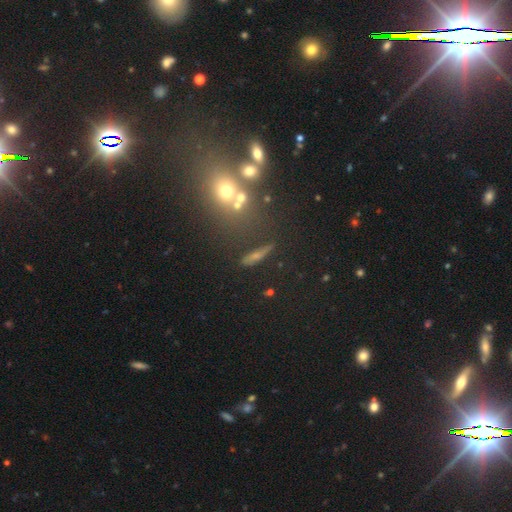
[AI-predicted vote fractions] Q: Smooth or featured?
A: featured or disk (40%); runner-up: smooth (36%)
Q: Merging?
A: none (74%); runner-up: minor disturbance (12%)